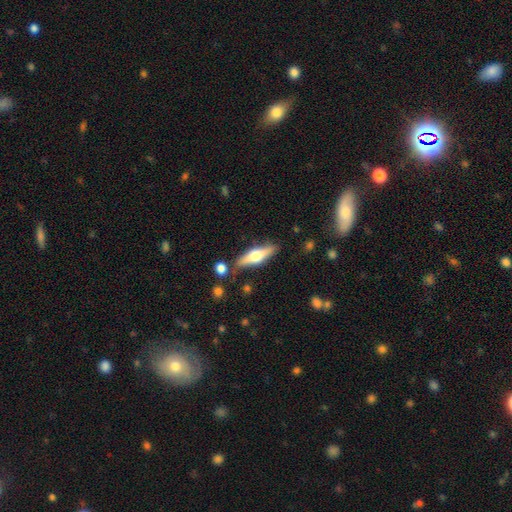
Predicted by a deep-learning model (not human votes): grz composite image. It shows a featured or disk galaxy (54%) viewed edge-on (92%). Merging: none (80%).